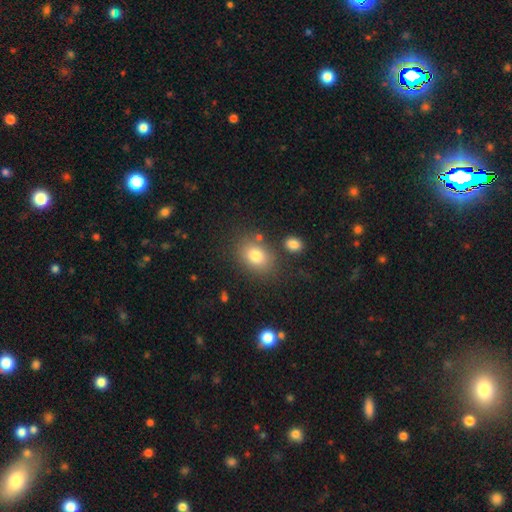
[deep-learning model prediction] Smooth or featured? smooth (80%)
How rounded? in between (65%)
Merging? none (76%)